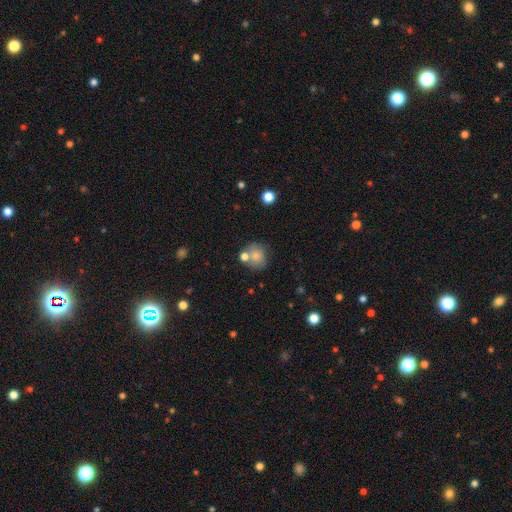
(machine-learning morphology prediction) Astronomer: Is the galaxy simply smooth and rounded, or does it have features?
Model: smooth — 74%.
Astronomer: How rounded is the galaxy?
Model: round — 78%.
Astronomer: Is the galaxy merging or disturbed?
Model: none — 59%.